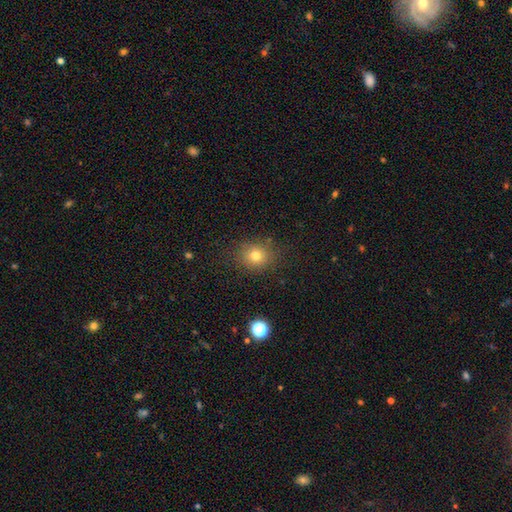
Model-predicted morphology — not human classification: Smooth or featured? Predicted: smooth (p=0.75). How rounded? Predicted: round (p=0.75). Merging? Predicted: none (p=0.84).